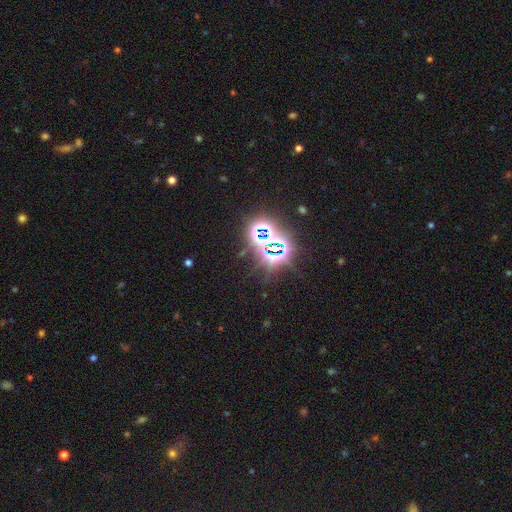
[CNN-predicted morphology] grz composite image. It shows a star or artifact, not a galaxy (71%).